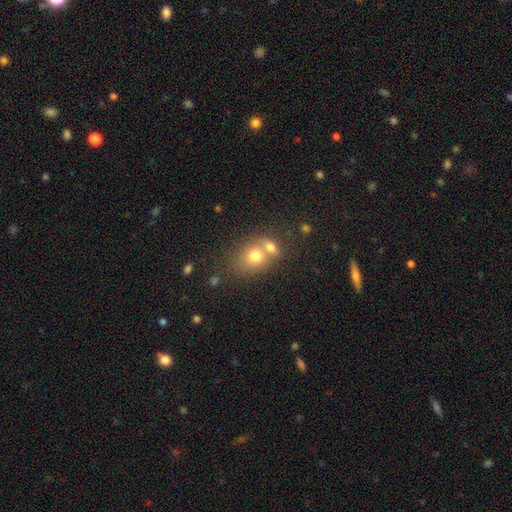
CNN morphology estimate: smooth_or_featured: smooth (p=0.72) [alt: featured or disk p=0.17]
how_rounded: round (p=0.54) [alt: in between p=0.45]
merging: merger (p=0.57) [alt: none p=0.30]